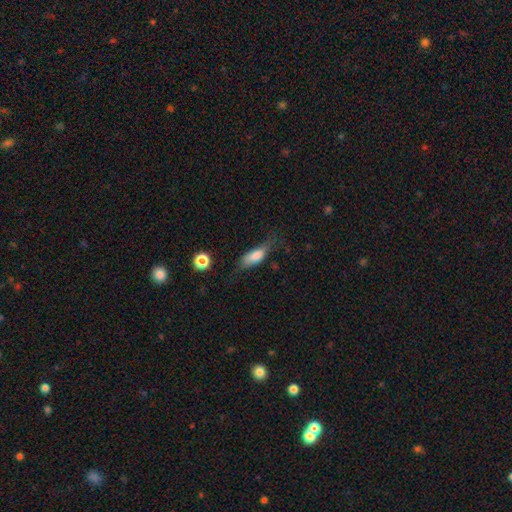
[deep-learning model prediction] Q: Smooth or featured?
A: smooth (75%); runner-up: featured or disk (16%)
Q: How rounded?
A: in between (71%); runner-up: cigar-shaped (25%)
Q: Merging?
A: none (51%); runner-up: minor disturbance (31%)